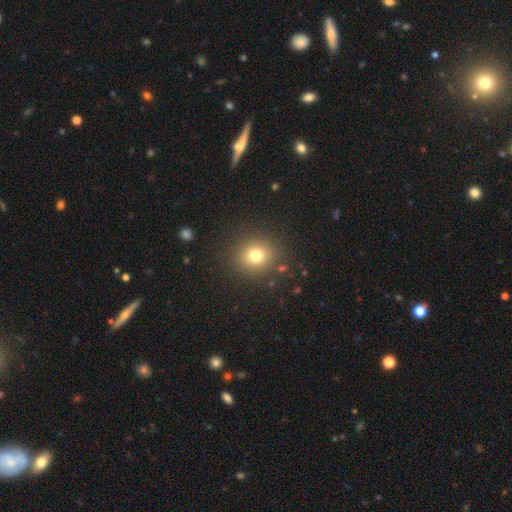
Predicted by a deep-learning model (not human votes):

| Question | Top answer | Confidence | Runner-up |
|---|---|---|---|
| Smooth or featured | smooth | 76% | star or artifact (15%) |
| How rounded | round | 85% | in between (14%) |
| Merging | none | 88% | minor disturbance (7%) |